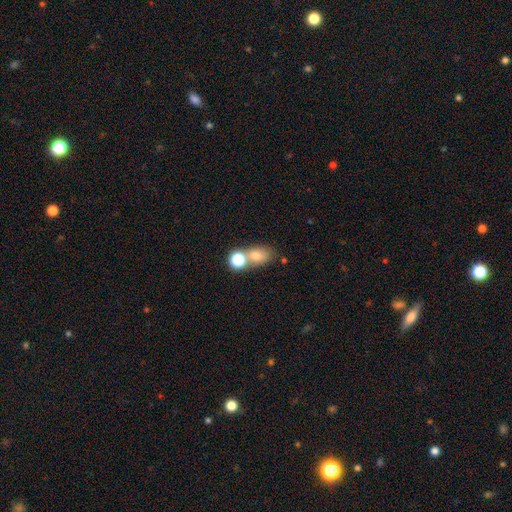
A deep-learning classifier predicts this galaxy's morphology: Smooth or featured: smooth — 73% (star or artifact — 14%)
How rounded: in between — 66% (round — 32%)
Merging: none — 45% (merger — 39%)